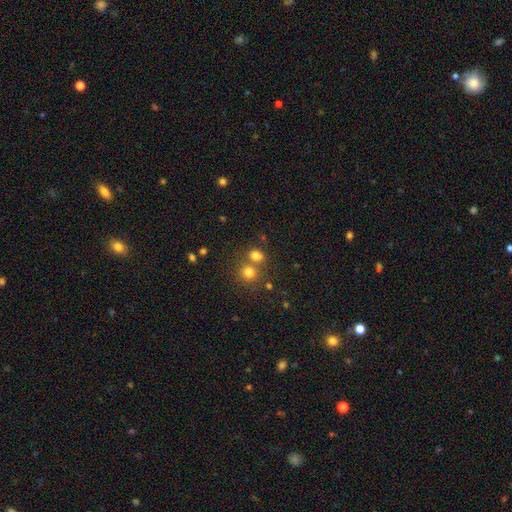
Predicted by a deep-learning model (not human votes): The model was most divided on "merging": none: 52%, merger: 36%, minor disturbance: 8%, major disturbance: 3%. More confident: smooth or featured — smooth (76%); how rounded — round (67%).